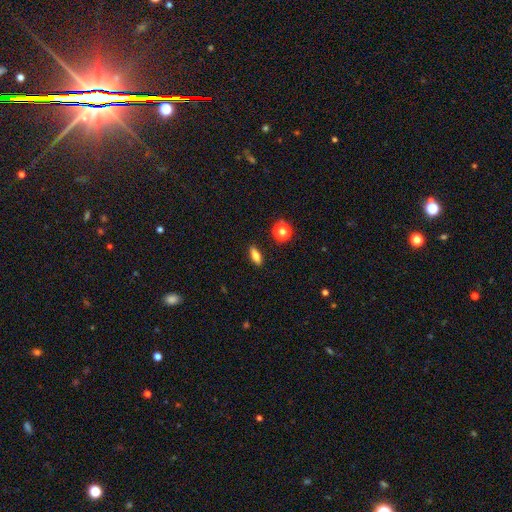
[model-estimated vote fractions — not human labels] Q: Smooth or featured?
A: smooth (73%); runner-up: featured or disk (17%)
Q: How rounded?
A: in between (63%); runner-up: cigar-shaped (29%)
Q: Merging?
A: none (87%); runner-up: minor disturbance (9%)